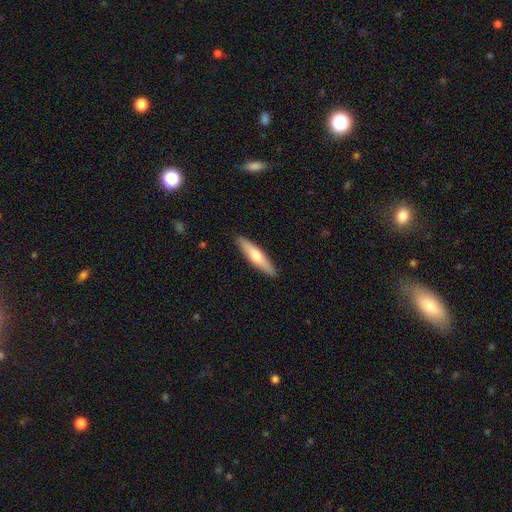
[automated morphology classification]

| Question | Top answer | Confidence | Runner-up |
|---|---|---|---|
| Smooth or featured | smooth | 56% | featured or disk (39%) |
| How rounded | cigar-shaped | 82% | in between (17%) |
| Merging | none | 91% | minor disturbance (7%) |